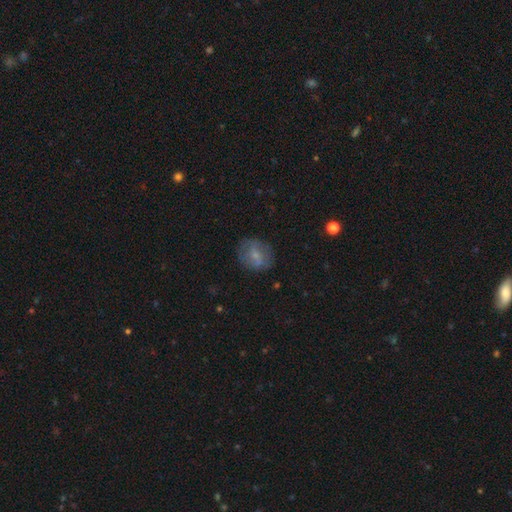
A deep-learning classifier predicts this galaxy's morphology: This is possibly a smooth galaxy (59%). How rounded: likely round (62%). Merging: likely none (72%).